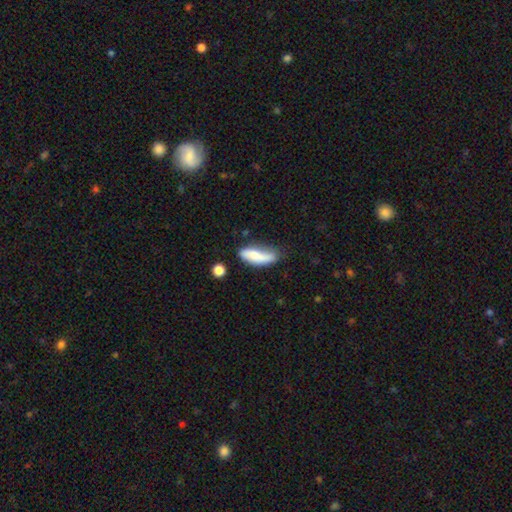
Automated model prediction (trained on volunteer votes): Smooth or featured? Predicted: smooth (p=0.68). How rounded? Predicted: in between (p=0.57). Merging? Predicted: none (p=0.46).